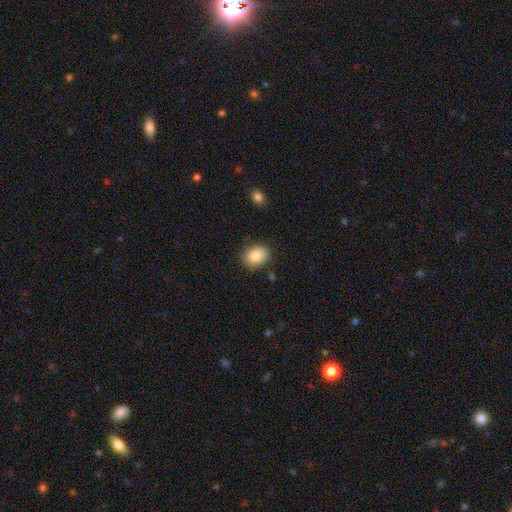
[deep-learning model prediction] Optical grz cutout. It shows a smooth galaxy with no disk features (86%) that is in between round and cigar-shaped (54%). Merging: none (84%).